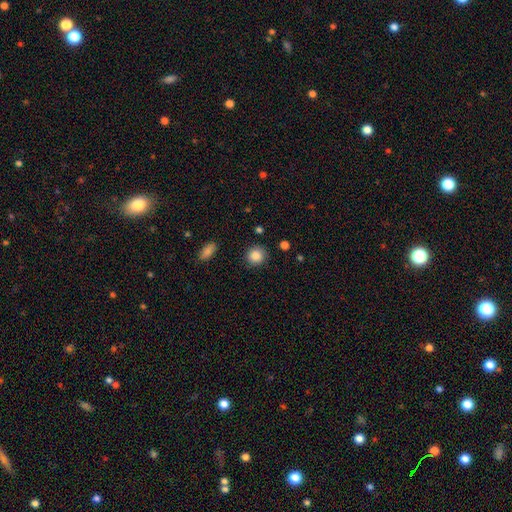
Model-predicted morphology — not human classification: smooth 87%, star or artifact 9%, featured or disk 5%. Down the decision tree: how rounded — round (88%); merging — none (87%).